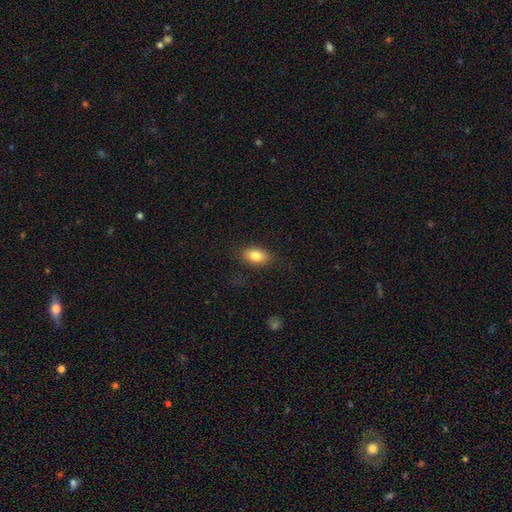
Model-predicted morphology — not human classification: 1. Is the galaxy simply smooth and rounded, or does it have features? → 83% smooth, 9% featured or disk, 8% star or artifact.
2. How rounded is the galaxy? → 88% in between, 8% round, 4% cigar-shaped.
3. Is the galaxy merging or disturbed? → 84% none, 11% minor disturbance, 4% major disturbance, 1% merger.